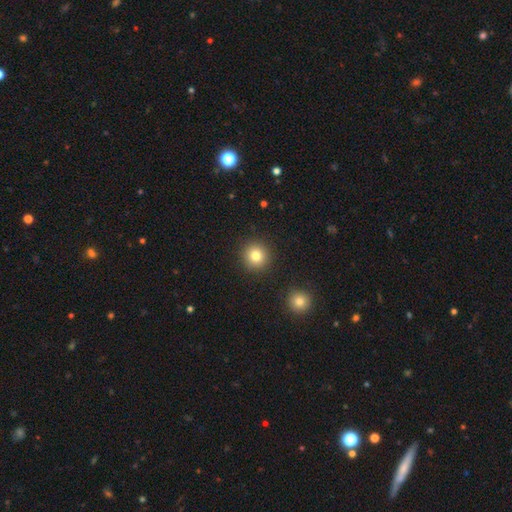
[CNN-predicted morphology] Smooth or featured? smooth (81%)
How rounded? round (94%)
Merging? none (90%)